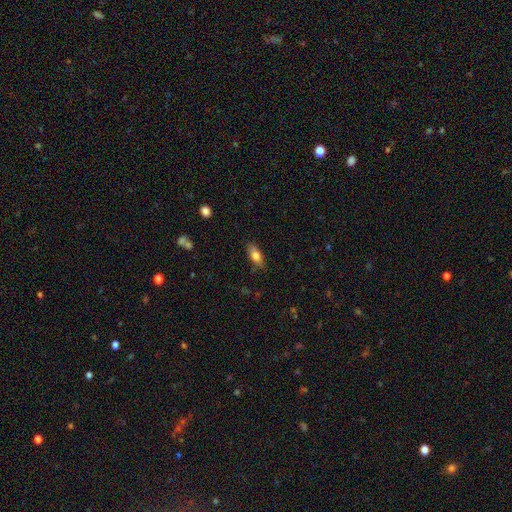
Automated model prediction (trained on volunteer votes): smooth 76%, featured or disk 16%, star or artifact 7%. Down the decision tree: how rounded — in between (79%); merging — none (82%).